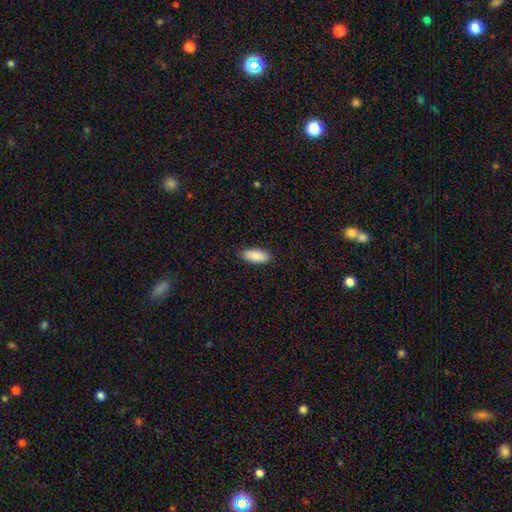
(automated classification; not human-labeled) This is clearly a smooth galaxy (90%). How rounded: likely in between (74%). Merging: clearly none (90%).